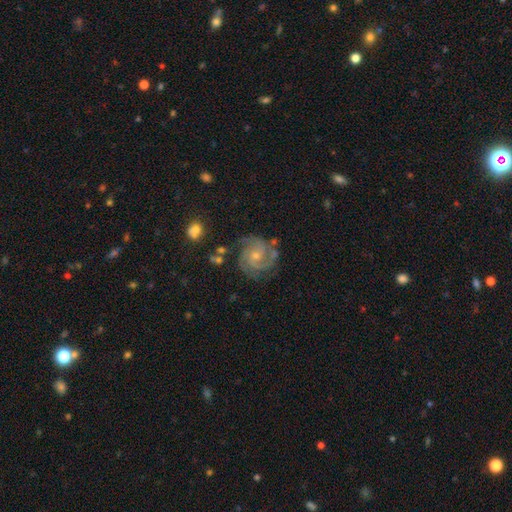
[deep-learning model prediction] Smooth or featured? Predicted: featured or disk (p=0.87). Edge-on disk? Predicted: no (p=0.98). Bar? Predicted: no (p=0.64). Spiral arms? Predicted: yes (p=0.98). Spiral winding? Predicted: tight (p=0.58). Spiral arm count? Predicted: 3 (p=0.46). Bulge size? Predicted: small (p=0.57). Merging? Predicted: none (p=0.71).